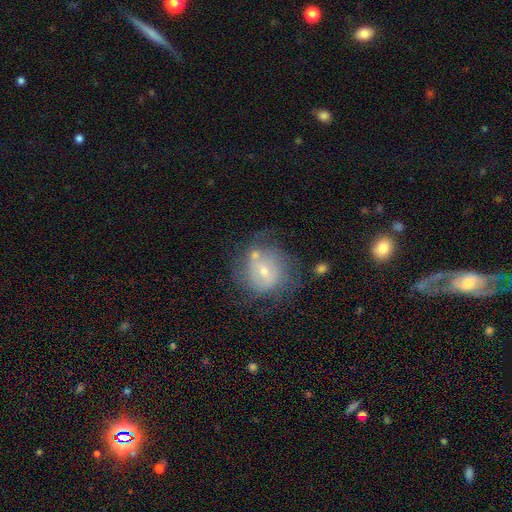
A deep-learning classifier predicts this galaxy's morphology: Smooth or featured?
  - featured or disk: 52% *
  - smooth: 38%
  - star or artifact: 10%
Edge-on disk?
  - no: 96% *
  - yes: 4%
Merging?
  - none: 50% *
  - minor disturbance: 22%
  - major disturbance: 15%
  - merger: 13%